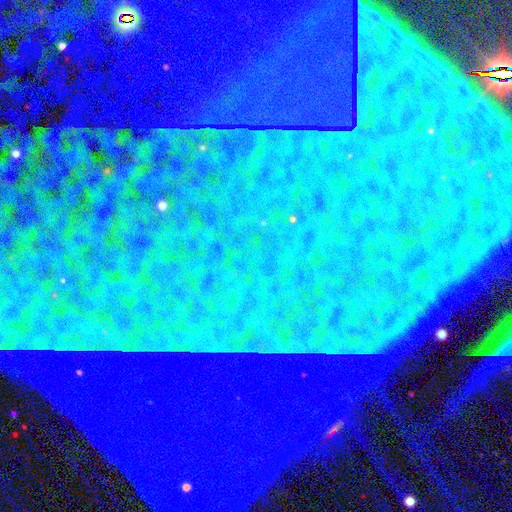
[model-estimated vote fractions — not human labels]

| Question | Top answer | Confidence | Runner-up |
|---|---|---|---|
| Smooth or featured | star or artifact | 87% | featured or disk (7%) |